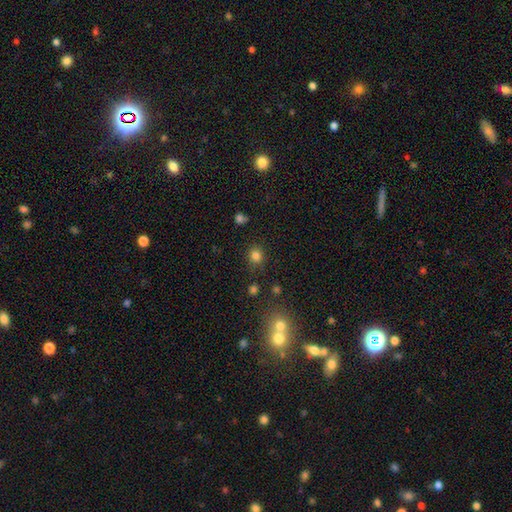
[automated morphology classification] The model was most divided on "smooth or featured": smooth: 82%, star or artifact: 14%, featured or disk: 4%. More confident: how rounded — round (86%); merging — none (84%).